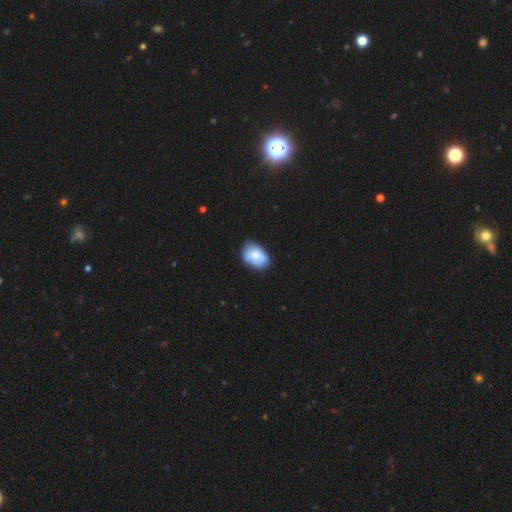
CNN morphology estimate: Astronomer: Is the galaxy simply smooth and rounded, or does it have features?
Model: smooth — 80%.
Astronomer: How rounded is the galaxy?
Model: in between — 84%.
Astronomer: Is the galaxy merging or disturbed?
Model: none — 62%.